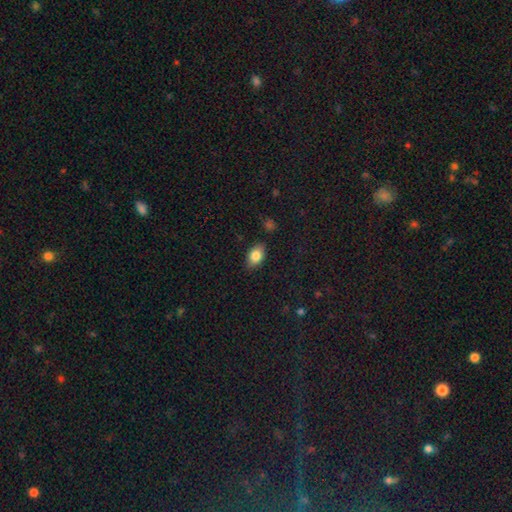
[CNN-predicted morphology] Smooth or featured? smooth (82%)
How rounded? in between (88%)
Merging? none (83%)